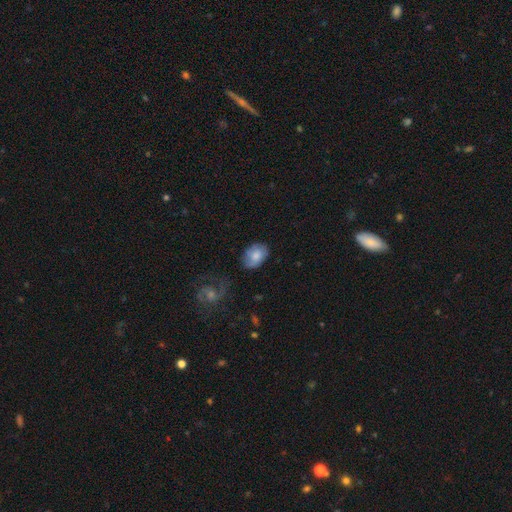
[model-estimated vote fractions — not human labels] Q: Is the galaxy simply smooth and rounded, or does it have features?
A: smooth — 74%.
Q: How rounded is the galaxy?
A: in between — 79%.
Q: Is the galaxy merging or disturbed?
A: none — 66%.